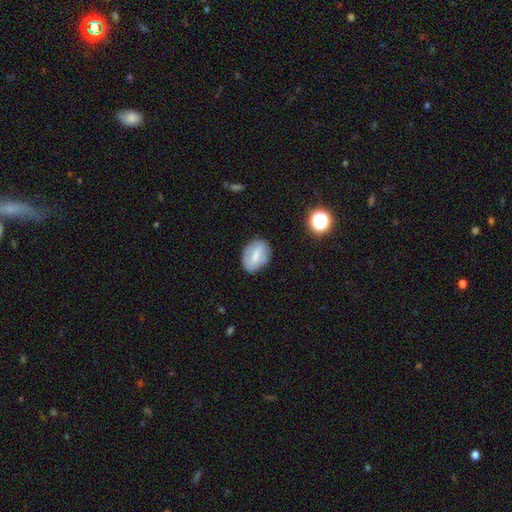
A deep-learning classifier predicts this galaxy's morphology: smooth-or-featured: smooth: 59% | featured or disk: 33% | star or artifact: 8%
  how-rounded: in between: 77% | round: 21% | cigar-shaped: 2%
  merging: none: 79% | minor disturbance: 15% | major disturbance: 4% | merger: 2%